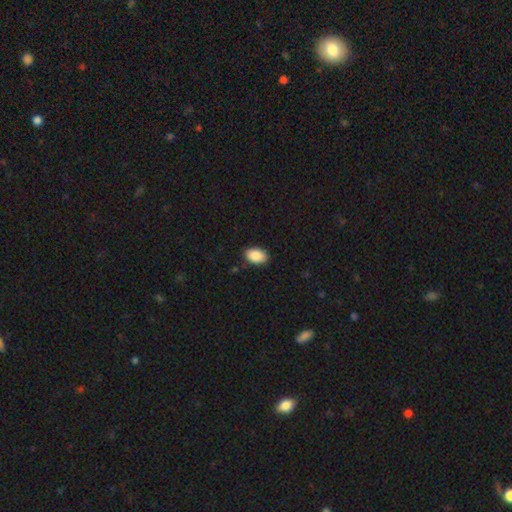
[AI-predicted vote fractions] This is clearly a smooth galaxy (89%). How rounded: clearly in between (90%). Merging: clearly none (88%).